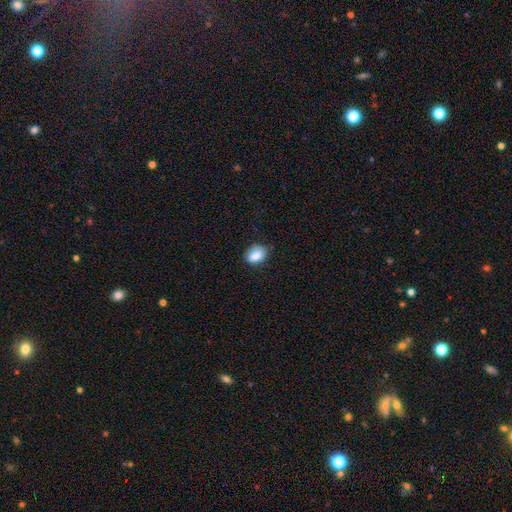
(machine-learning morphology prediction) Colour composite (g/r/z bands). It shows a smooth galaxy with no disk features (84%) that is in between round and cigar-shaped (67%). Merging: none (70%).